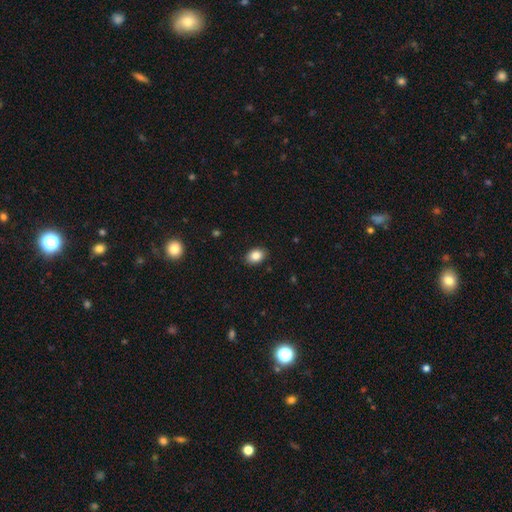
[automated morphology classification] Q: Smooth or featured?
A: smooth (86%); runner-up: star or artifact (8%)
Q: How rounded?
A: in between (78%); runner-up: round (21%)
Q: Merging?
A: none (88%); runner-up: minor disturbance (9%)